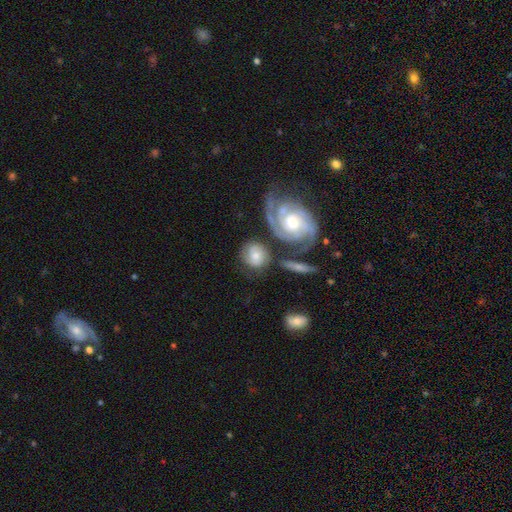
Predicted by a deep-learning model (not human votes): Smooth or featured? featured or disk (49%)
Merging? none (59%)